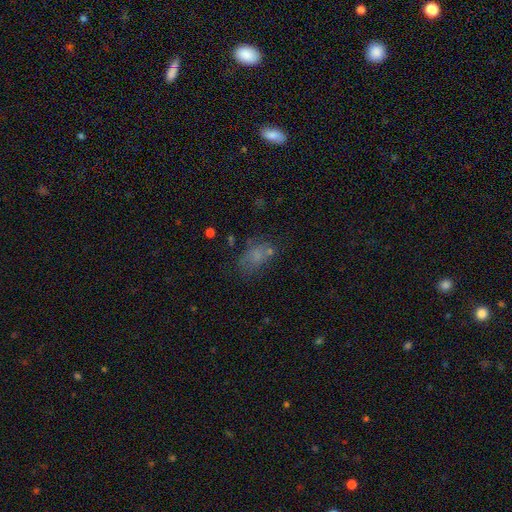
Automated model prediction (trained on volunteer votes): smooth-or-featured: smooth: 63% | featured or disk: 20% | star or artifact: 17%
  how-rounded: in between: 83% | round: 15% | cigar-shaped: 3%
  merging: none: 46% | minor disturbance: 22% | major disturbance: 18% | merger: 14%